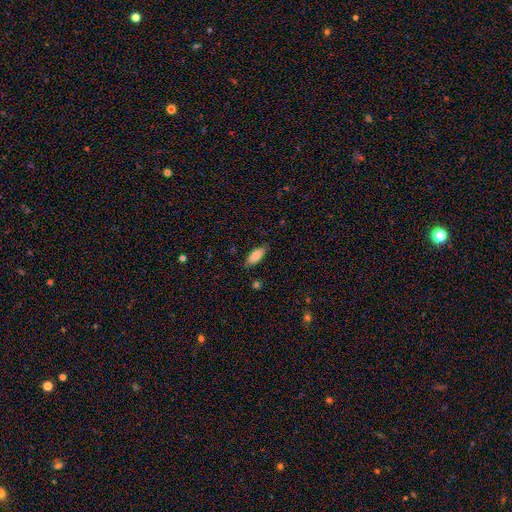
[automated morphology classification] Smooth or featured: smooth — 84% (featured or disk — 10%)
How rounded: in between — 81% (cigar-shaped — 17%)
Merging: none — 80% (minor disturbance — 16%)